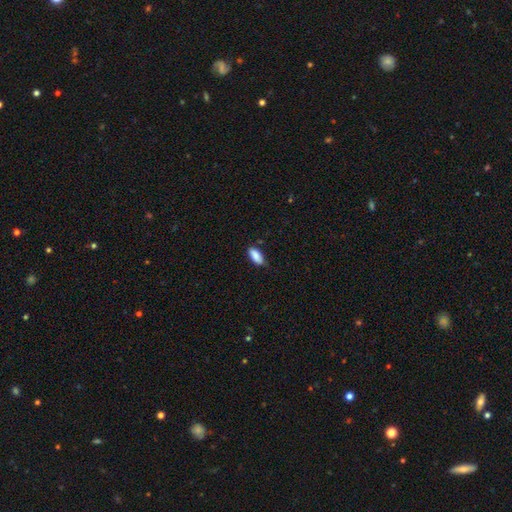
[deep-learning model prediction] Smooth or featured?
  - smooth: 88% *
  - star or artifact: 6%
  - featured or disk: 5%
How rounded?
  - in between: 86% *
  - cigar-shaped: 12%
  - round: 2%
Merging?
  - none: 78% *
  - minor disturbance: 18%
  - major disturbance: 3%
  - merger: 1%